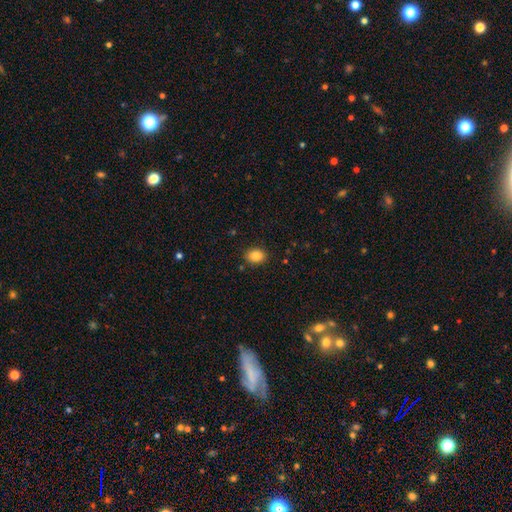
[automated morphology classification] Smooth or featured? Predicted: smooth (p=0.85). How rounded? Predicted: in between (p=0.60). Merging? Predicted: none (p=0.88).